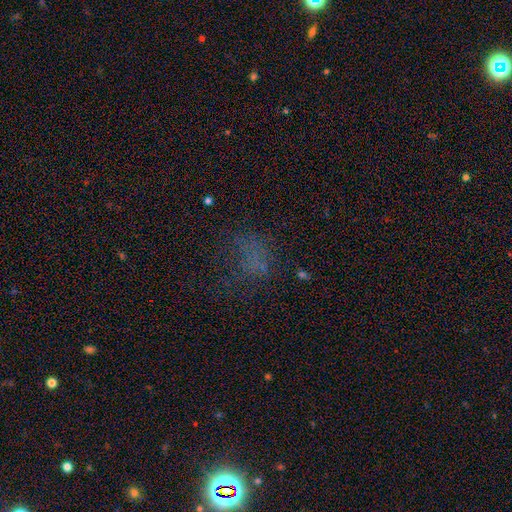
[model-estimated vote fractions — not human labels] Smooth or featured: smooth — 42% (star or artifact — 40%)
Merging: none — 51% (major disturbance — 27%)